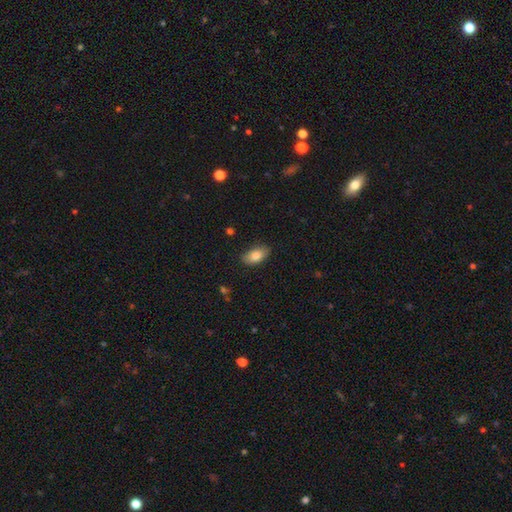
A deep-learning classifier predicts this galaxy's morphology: Q: Smooth or featured?
A: smooth (83%); runner-up: featured or disk (10%)
Q: How rounded?
A: in between (92%); runner-up: cigar-shaped (4%)
Q: Merging?
A: none (83%); runner-up: minor disturbance (13%)